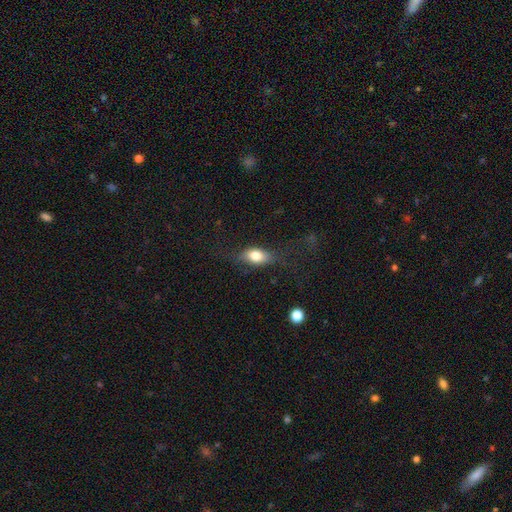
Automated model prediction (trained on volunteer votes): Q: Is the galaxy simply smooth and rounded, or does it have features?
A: smooth — 75%.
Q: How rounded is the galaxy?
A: in between — 82%.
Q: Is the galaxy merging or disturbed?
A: none — 66%.